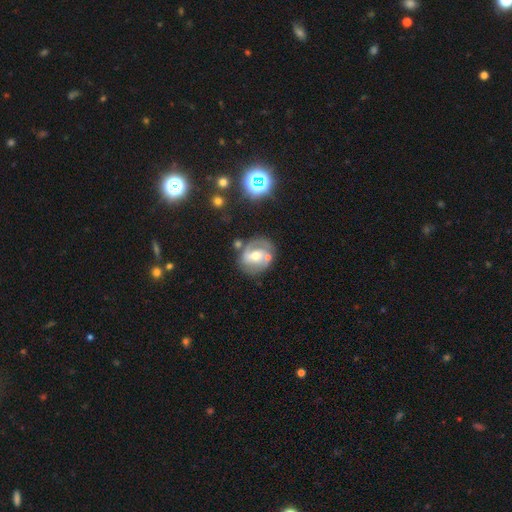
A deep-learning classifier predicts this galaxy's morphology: smooth-or-featured: featured or disk: 72% | smooth: 20% | star or artifact: 8%
  disk-edge-on: no: 96% | yes: 4%
    bar: weak: 40% | no: 34% | strong: 26%
    has-spiral-arms: yes: 80% | no: 20%
      spiral-winding: medium: 45% | tight: 37% | loose: 18%
      spiral-arm-count: 2: 75% | can't tell: 13% | 1: 7% | 3: 3% | 4: 1% | more than 4: 1%
    bulge-size: moderate: 65% | small: 28% | large: 5% | none: 1% | dominant: 1%
  merging: none: 62% | minor disturbance: 18% | merger: 12% | major disturbance: 8%